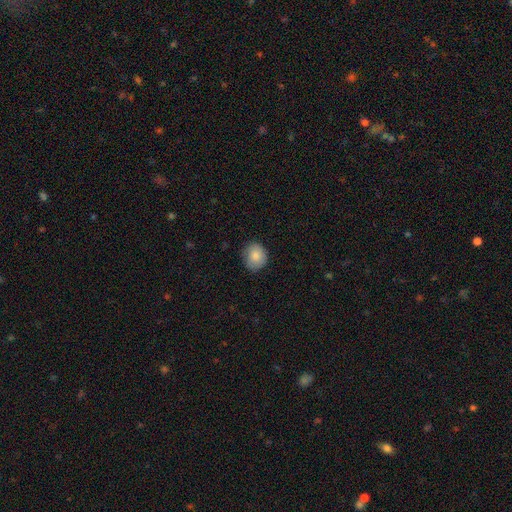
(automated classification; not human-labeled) Q: Smooth or featured?
A: smooth (84%); runner-up: featured or disk (8%)
Q: How rounded?
A: round (77%); runner-up: in between (22%)
Q: Merging?
A: none (80%); runner-up: minor disturbance (16%)